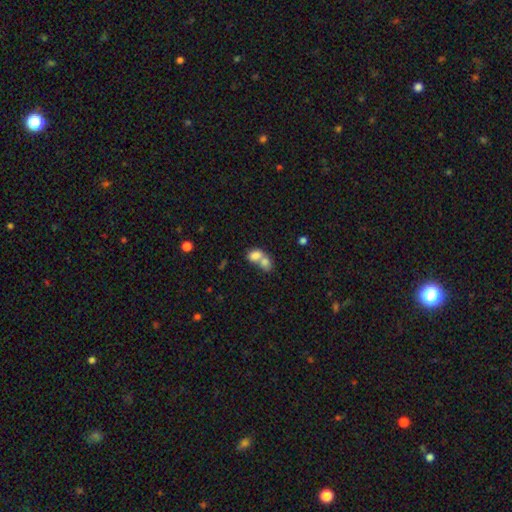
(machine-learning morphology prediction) Smooth or featured? smooth (78%)
How rounded? in between (74%)
Merging? merger (74%)